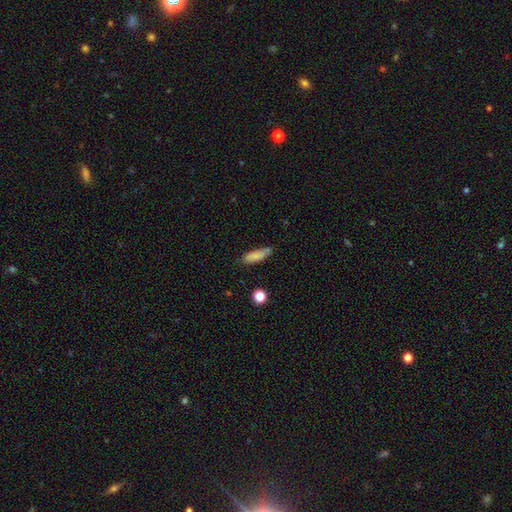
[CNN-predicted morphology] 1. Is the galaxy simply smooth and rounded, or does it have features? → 82% smooth, 10% featured or disk, 8% star or artifact.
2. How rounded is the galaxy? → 50% cigar-shaped, 48% in between, 2% round.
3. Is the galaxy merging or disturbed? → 67% none, 23% minor disturbance, 5% merger, 5% major disturbance.